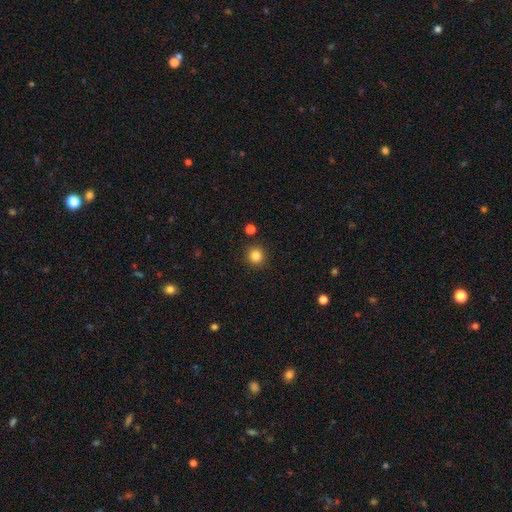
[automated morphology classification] A smooth galaxy with no disk features (84%) that is round (94%). Merging: none (91%).